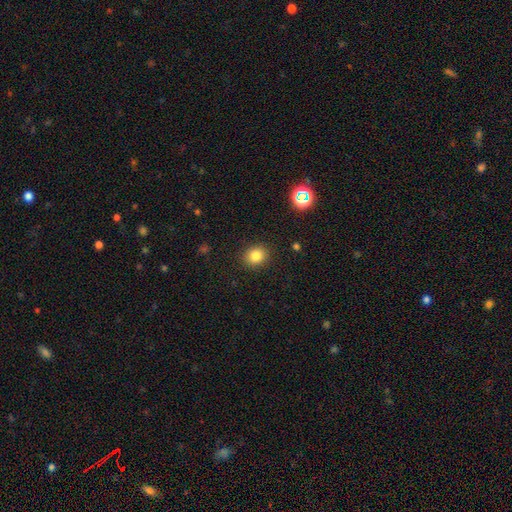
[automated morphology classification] smooth-or-featured: smooth: 82% | star or artifact: 12% | featured or disk: 6%
  how-rounded: round: 68% | in between: 31% | cigar-shaped: 1%
  merging: none: 89% | minor disturbance: 7% | major disturbance: 2% | merger: 1%